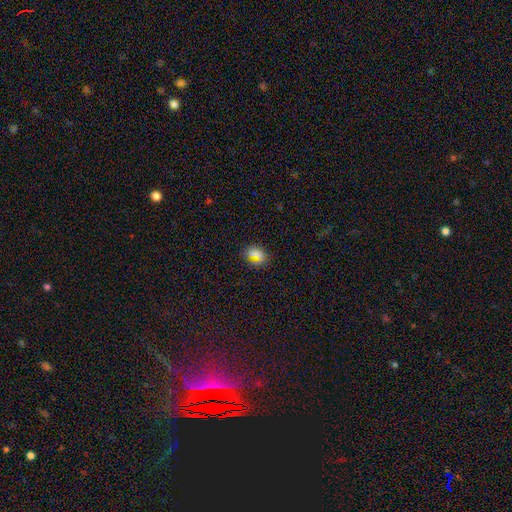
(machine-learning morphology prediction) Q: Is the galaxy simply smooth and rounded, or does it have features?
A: smooth — 63%.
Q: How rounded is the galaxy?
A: round — 54%.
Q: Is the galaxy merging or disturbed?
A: none — 77%.